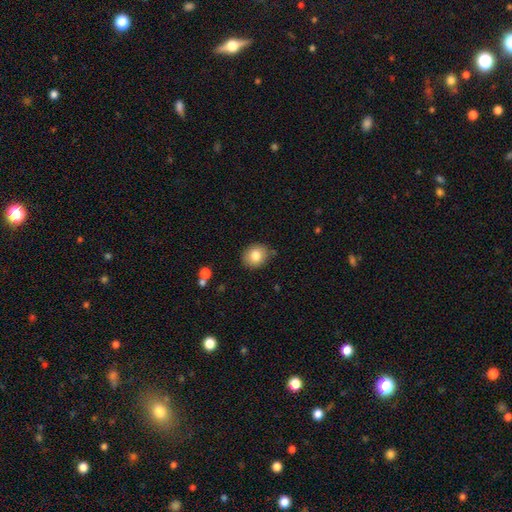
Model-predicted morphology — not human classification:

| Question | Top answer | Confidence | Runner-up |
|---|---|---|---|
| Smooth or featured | smooth | 81% | featured or disk (10%) |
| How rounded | round | 70% | in between (29%) |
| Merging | none | 83% | minor disturbance (12%) |